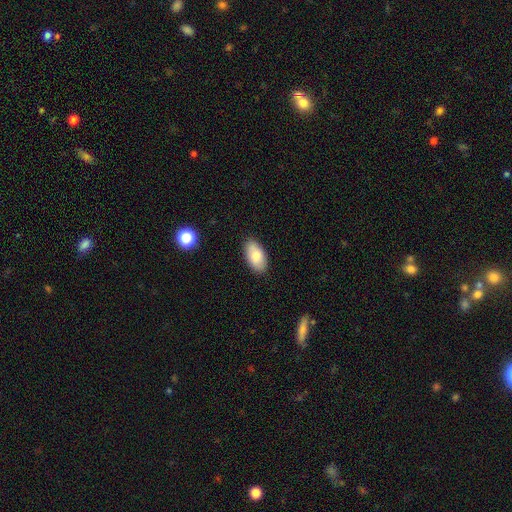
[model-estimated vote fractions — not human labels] Overall: smooth (82%). How rounded: in between (94%). Merging: none (86%).